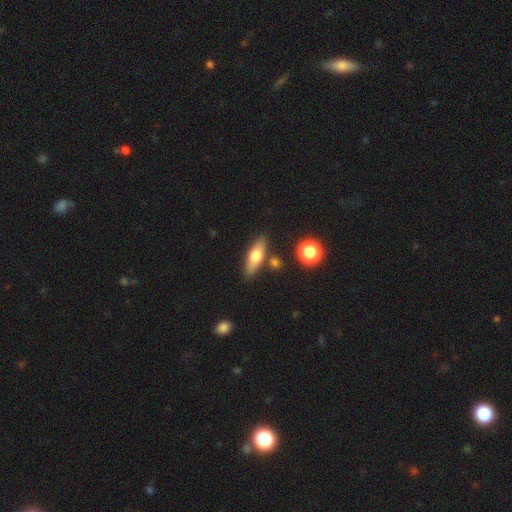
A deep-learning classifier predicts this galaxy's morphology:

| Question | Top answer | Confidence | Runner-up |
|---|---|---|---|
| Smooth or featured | smooth | 63% | featured or disk (31%) |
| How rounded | in between | 54% | cigar-shaped (42%) |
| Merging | none | 80% | minor disturbance (11%) |